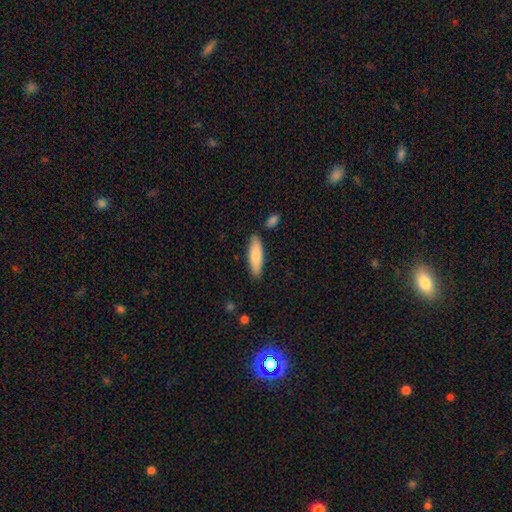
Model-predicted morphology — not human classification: Smooth or featured? Predicted: smooth (p=0.79). How rounded? Predicted: cigar-shaped (p=0.55). Merging? Predicted: none (p=0.85).